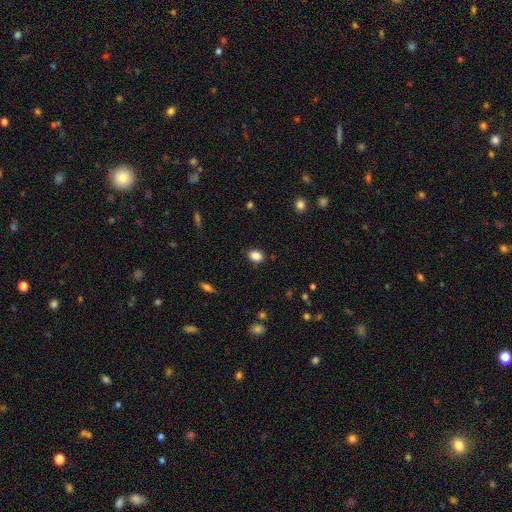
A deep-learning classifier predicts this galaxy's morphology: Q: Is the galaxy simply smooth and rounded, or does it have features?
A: smooth — 86%.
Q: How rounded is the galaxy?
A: in between — 68%.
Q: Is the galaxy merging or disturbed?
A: none — 87%.